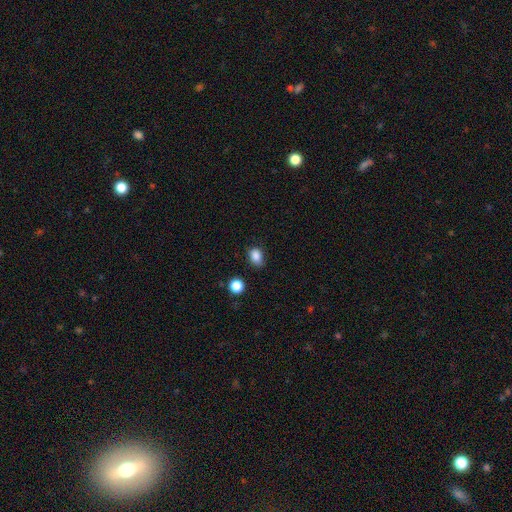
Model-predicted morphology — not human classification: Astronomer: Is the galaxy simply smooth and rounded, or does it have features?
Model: smooth — 85%.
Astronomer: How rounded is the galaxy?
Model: in between — 65%.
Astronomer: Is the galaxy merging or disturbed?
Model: none — 71%.